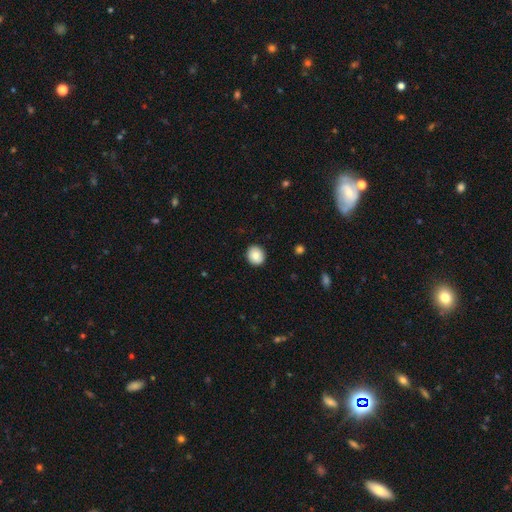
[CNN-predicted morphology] Smooth or featured?
  - smooth: 83% *
  - featured or disk: 9%
  - star or artifact: 8%
How rounded?
  - round: 78% *
  - in between: 21%
  - cigar-shaped: 1%
Merging?
  - none: 90% *
  - minor disturbance: 8%
  - major disturbance: 2%
  - merger: 1%